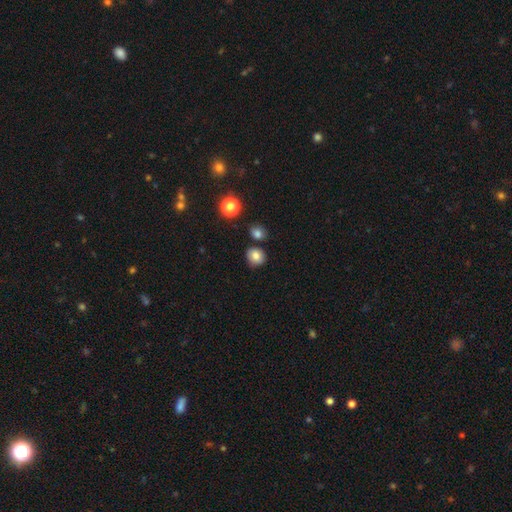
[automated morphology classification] smooth 80%, star or artifact 11%, featured or disk 8%. Down the decision tree: how rounded — round (81%); merging — none (81%).